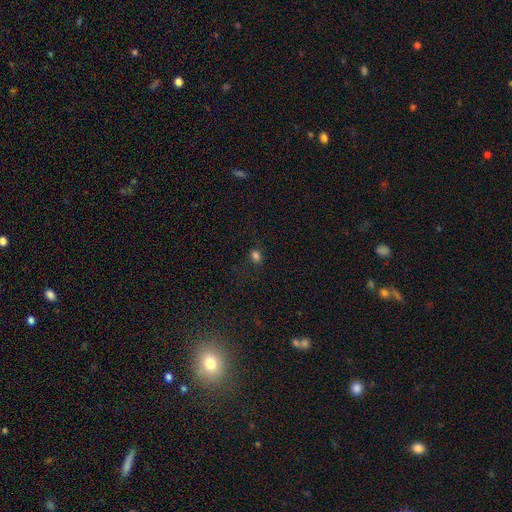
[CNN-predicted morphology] Smooth or featured? smooth (76%)
How rounded? round (49%, tied with in between)
Merging? none (79%)